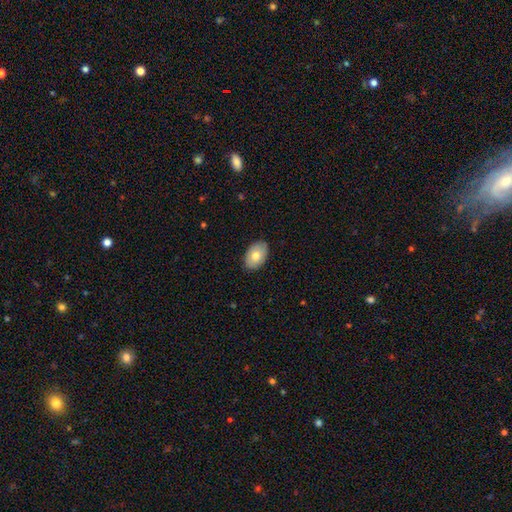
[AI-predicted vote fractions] A smooth galaxy with no disk features (76%) that is in between round and cigar-shaped (89%).

Vote fractions:
- Smooth or featured? smooth: 76% / featured or disk: 17% / star or artifact: 6%
- How rounded? in between: 89% / round: 10% / cigar-shaped: 1%
- Merging? none: 87% / minor disturbance: 10% / major disturbance: 2% / merger: 1%